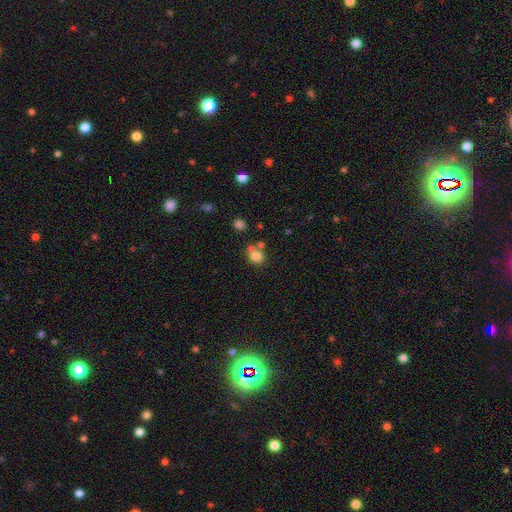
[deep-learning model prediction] smooth_or_featured: smooth (p=0.77) [alt: star or artifact p=0.13]
how_rounded: round (p=0.70) [alt: in between p=0.29]
merging: none (p=0.52) [alt: merger p=0.30]